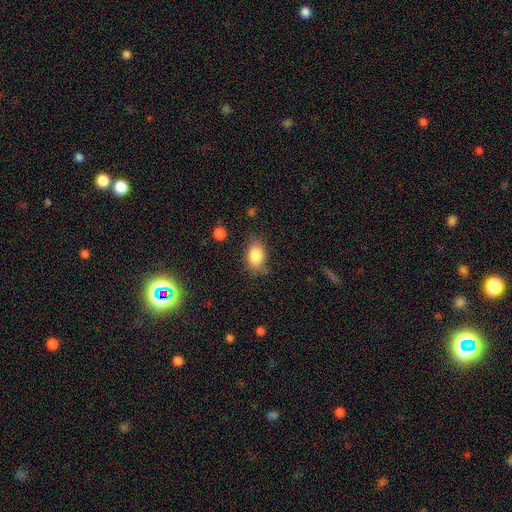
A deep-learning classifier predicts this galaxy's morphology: smooth 84%, star or artifact 8%, featured or disk 8%. Down the decision tree: how rounded — in between (81%); merging — none (74%).